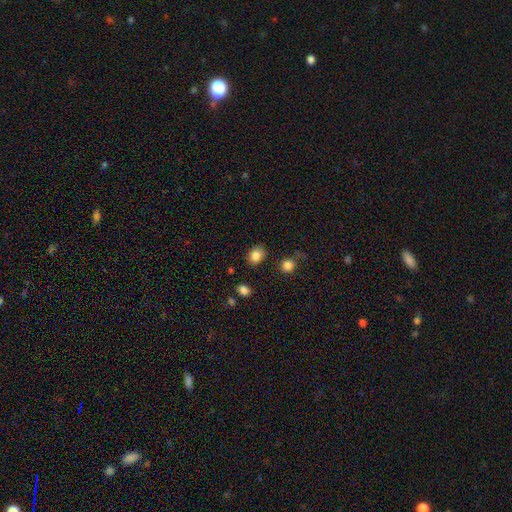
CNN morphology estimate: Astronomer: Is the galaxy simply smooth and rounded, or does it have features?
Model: smooth — 85%.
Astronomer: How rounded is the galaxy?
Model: in between — 51% (runner-up: round, 48%).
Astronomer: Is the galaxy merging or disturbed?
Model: none — 82%.